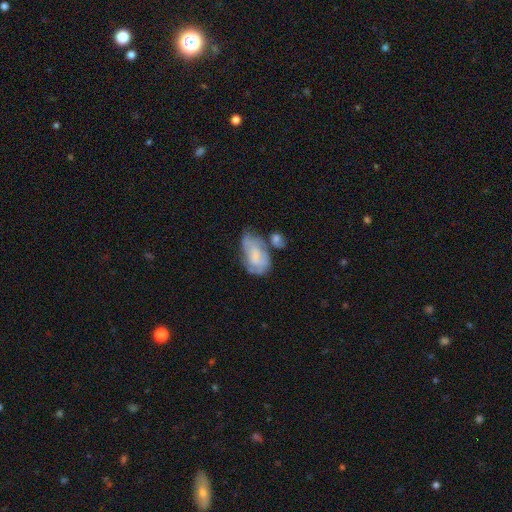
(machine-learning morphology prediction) This appears to be a smooth galaxy with no disk features (51%) that is in between round and cigar-shaped (91%). Merging: none (31%).